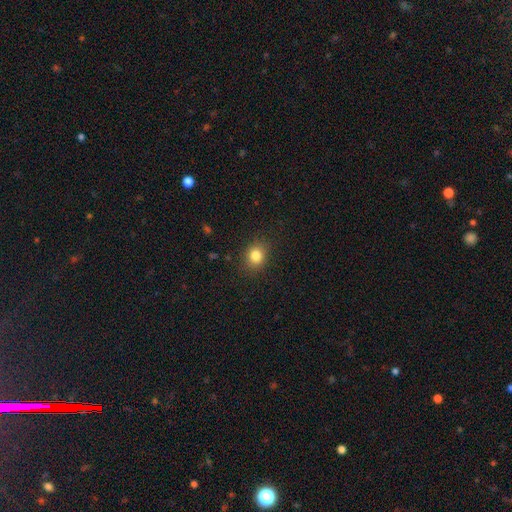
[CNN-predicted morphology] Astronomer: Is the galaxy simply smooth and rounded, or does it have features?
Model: smooth — 82%.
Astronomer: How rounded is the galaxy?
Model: round — 67%.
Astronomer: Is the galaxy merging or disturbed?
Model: none — 87%.